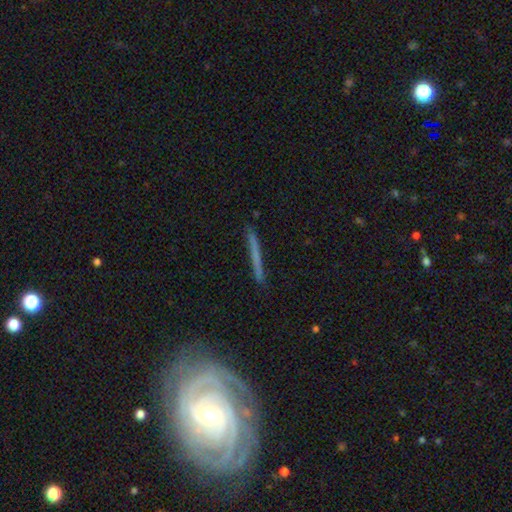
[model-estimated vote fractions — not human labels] Overall: featured or disk (46%; smooth 45%). Merging: none (86%).